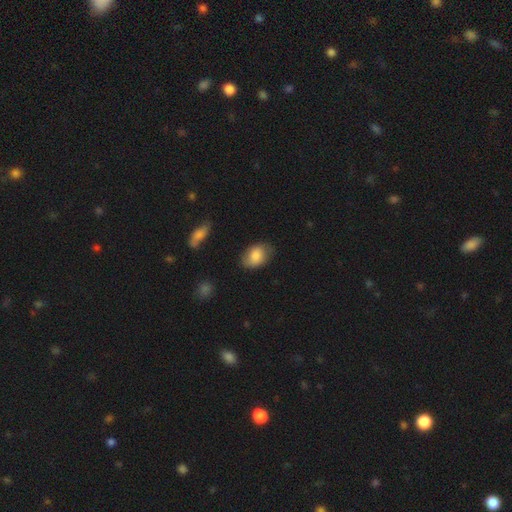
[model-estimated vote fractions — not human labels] Smooth or featured? smooth (79%)
How rounded? in between (79%)
Merging? none (74%)